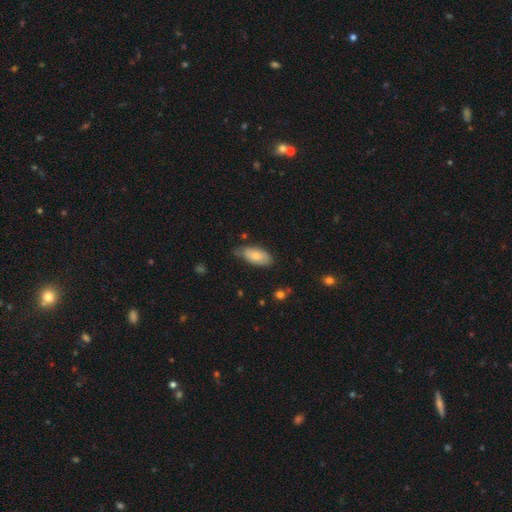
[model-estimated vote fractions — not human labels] Smooth or featured? Predicted: smooth (p=0.73). How rounded? Predicted: in between (p=0.91). Merging? Predicted: none (p=0.60).